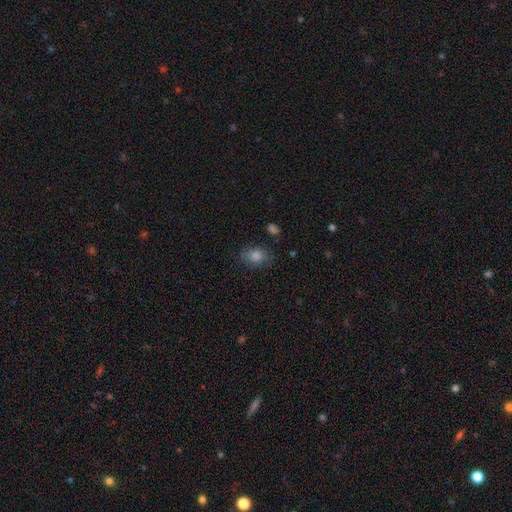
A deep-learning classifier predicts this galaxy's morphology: Smooth or featured: smooth — 78% (star or artifact — 13%)
How rounded: in between — 70% (round — 28%)
Merging: none — 78% (minor disturbance — 16%)